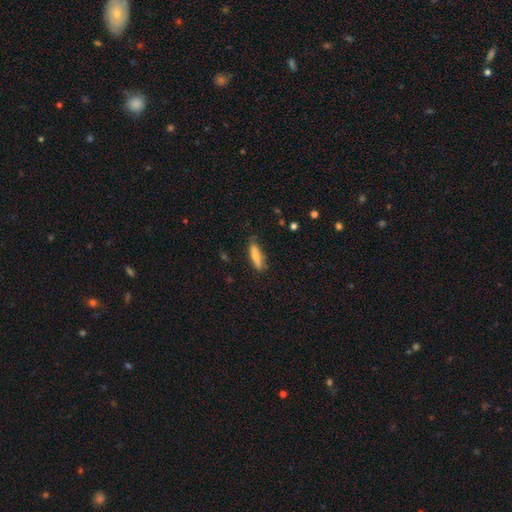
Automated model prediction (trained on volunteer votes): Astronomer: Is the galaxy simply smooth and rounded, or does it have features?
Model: smooth — 74%.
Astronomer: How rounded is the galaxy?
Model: cigar-shaped — 71%.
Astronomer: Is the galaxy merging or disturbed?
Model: none — 80%.